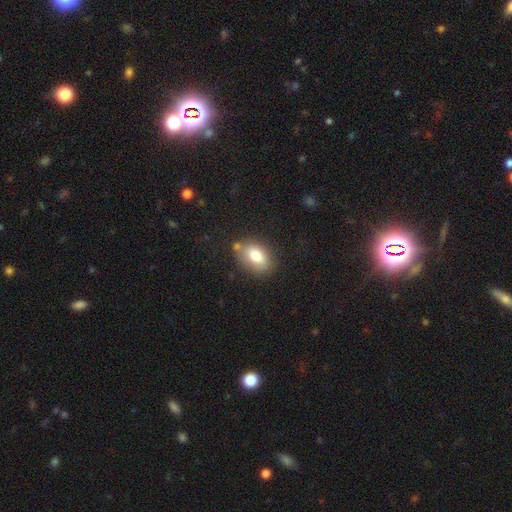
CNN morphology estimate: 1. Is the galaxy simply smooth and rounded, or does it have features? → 79% smooth, 13% featured or disk, 8% star or artifact.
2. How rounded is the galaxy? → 87% in between, 12% round, 2% cigar-shaped.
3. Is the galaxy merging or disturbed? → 71% none, 17% minor disturbance, 8% merger, 4% major disturbance.